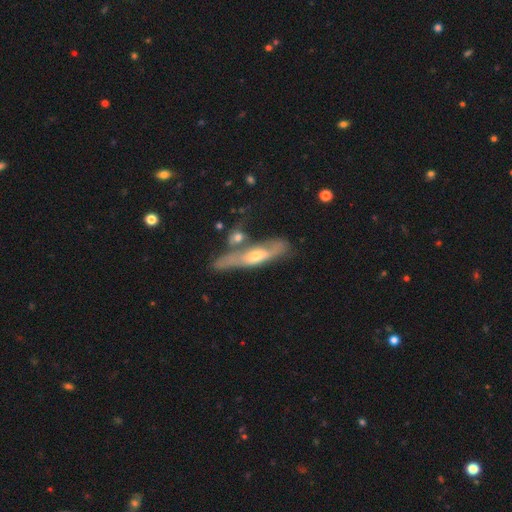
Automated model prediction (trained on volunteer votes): A featured or disk galaxy (64%) viewed edge-on (74%).

Vote fractions:
- Smooth or featured? featured or disk: 64% / smooth: 29% / star or artifact: 7%
- Edge-on disk? yes: 74% / no: 26%
- Merging? none: 56% / minor disturbance: 20% / merger: 16% / major disturbance: 8%